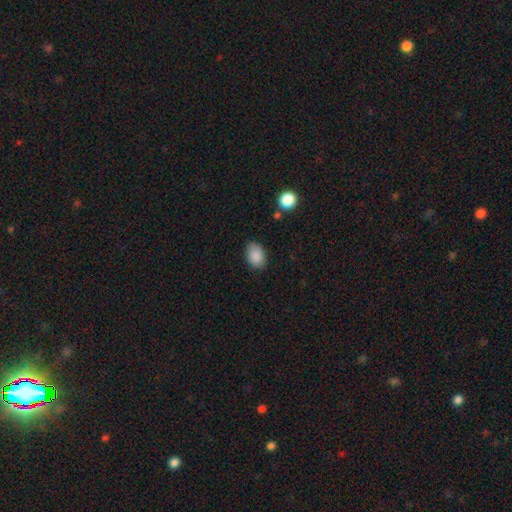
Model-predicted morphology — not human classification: A smooth galaxy with no disk features (88%) that is in between round and cigar-shaped (79%). Merging: none (81%).